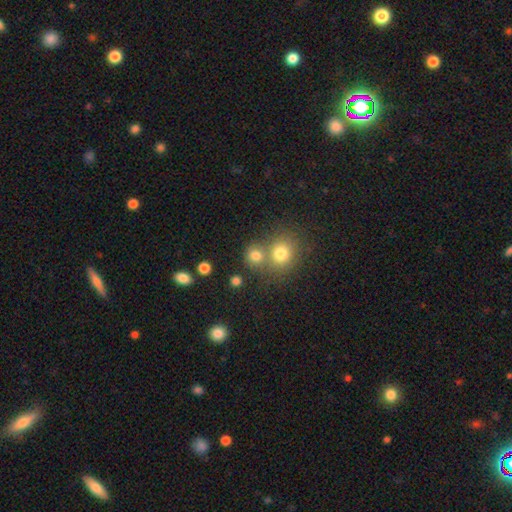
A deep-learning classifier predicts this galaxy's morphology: type=smooth (77%); roundness=round (82%); merging=none (54%).